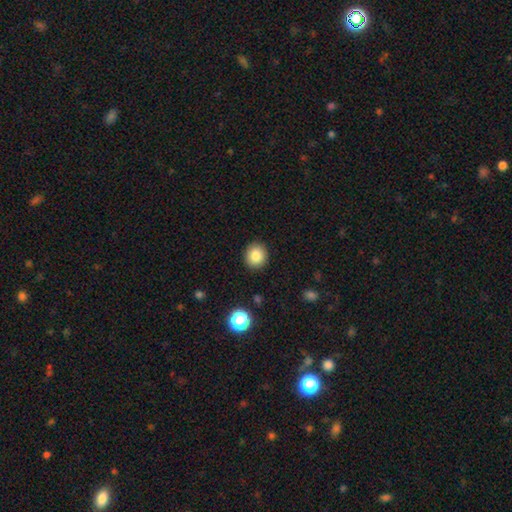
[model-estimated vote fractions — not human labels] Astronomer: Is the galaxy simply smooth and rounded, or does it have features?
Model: smooth — 85%.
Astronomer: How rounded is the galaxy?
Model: round — 83%.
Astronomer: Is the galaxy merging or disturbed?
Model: none — 91%.